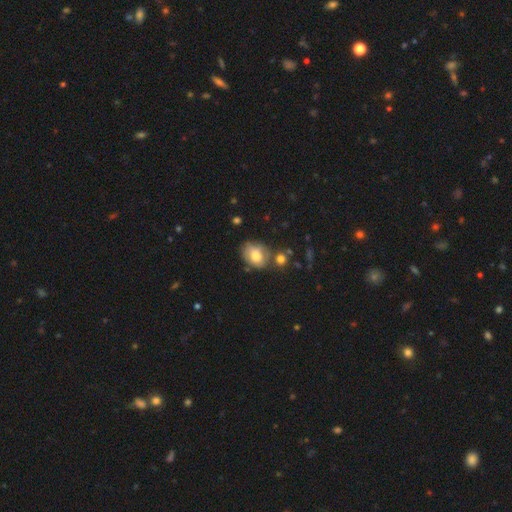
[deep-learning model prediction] A smooth galaxy with no disk features (69%) that is in between round and cigar-shaped (63%).

Vote fractions:
- Smooth or featured? smooth: 69% / featured or disk: 22% / star or artifact: 9%
- How rounded? in between: 63% / round: 36% / cigar-shaped: 1%
- Merging? none: 55% / minor disturbance: 24% / merger: 14% / major disturbance: 8%